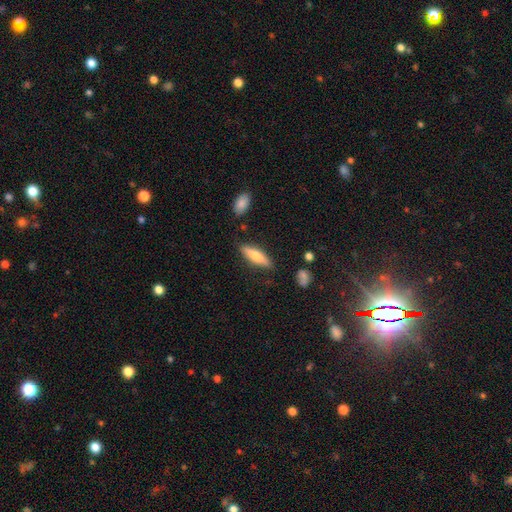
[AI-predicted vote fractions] Smooth or featured? Predicted: smooth (p=0.65). How rounded? Predicted: cigar-shaped (p=0.64). Merging? Predicted: none (p=0.82).